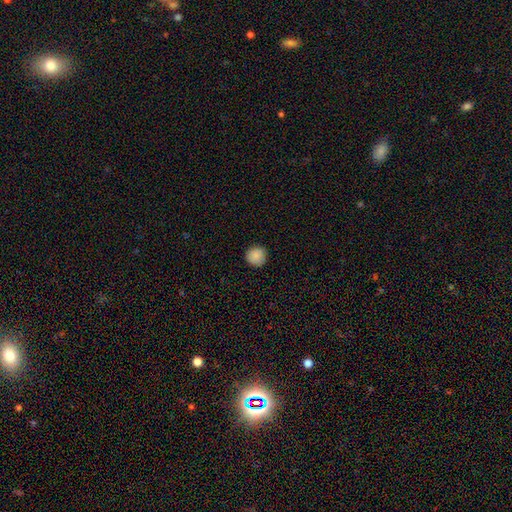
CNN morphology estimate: smooth 88%, star or artifact 8%, featured or disk 3%. Down the decision tree: how rounded — round (94%); merging — none (89%).